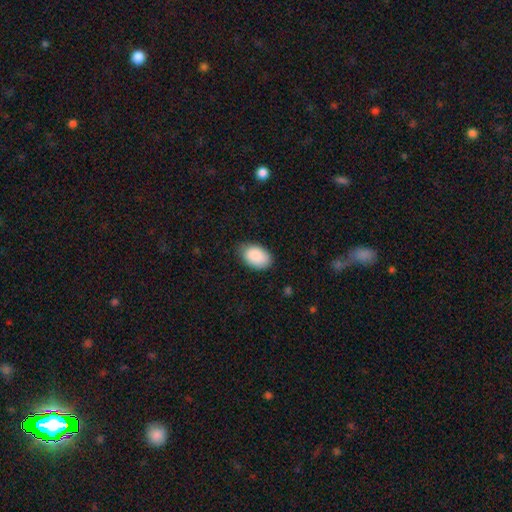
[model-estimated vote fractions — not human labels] This is clearly a smooth galaxy (89%). How rounded: clearly in between (91%). Merging: likely none (79%).